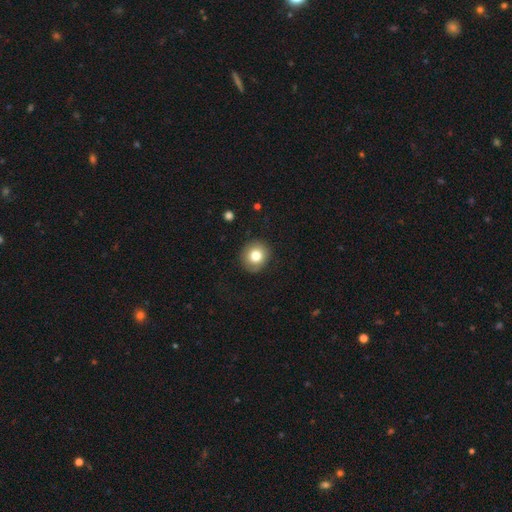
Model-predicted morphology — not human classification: smooth_or_featured: smooth (p=0.79) [alt: featured or disk p=0.11]
how_rounded: round (p=0.87) [alt: in between p=0.12]
merging: none (p=0.89) [alt: minor disturbance p=0.08]